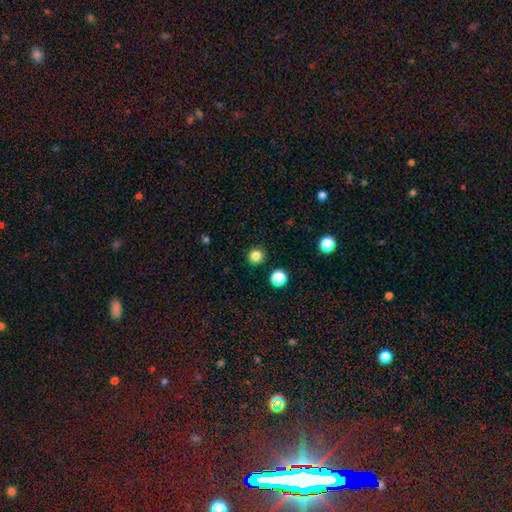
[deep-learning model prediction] A smooth galaxy with no disk features (83%) that is round (92%). Merging: none (91%).